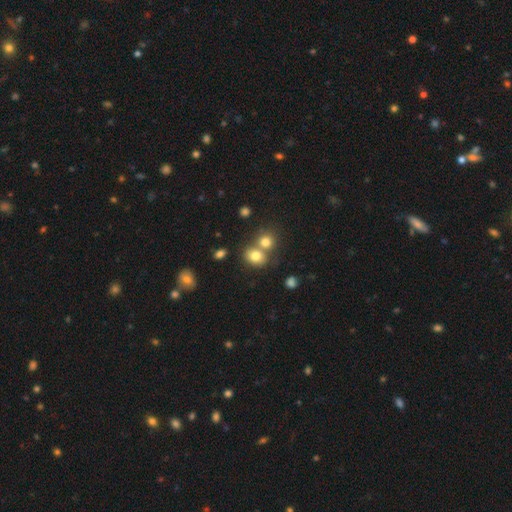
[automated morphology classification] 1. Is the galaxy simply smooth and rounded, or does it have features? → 78% smooth, 12% star or artifact, 10% featured or disk.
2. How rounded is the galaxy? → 58% round, 41% in between, 1% cigar-shaped.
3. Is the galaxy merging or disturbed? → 44% none, 43% merger, 9% minor disturbance, 4% major disturbance.